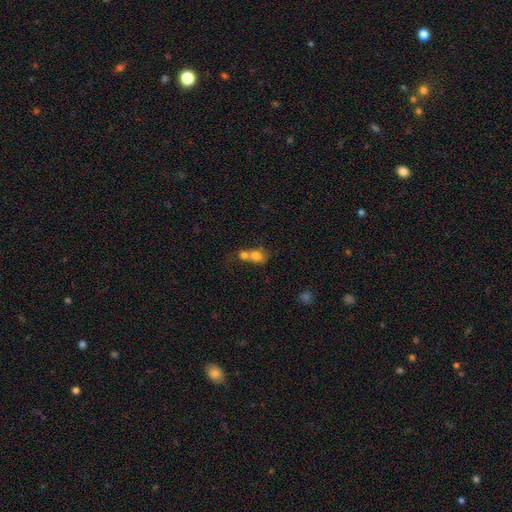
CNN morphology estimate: Smooth or featured? Predicted: smooth (p=0.74). How rounded? Predicted: round (p=0.54). Merging? Predicted: merger (p=0.70).